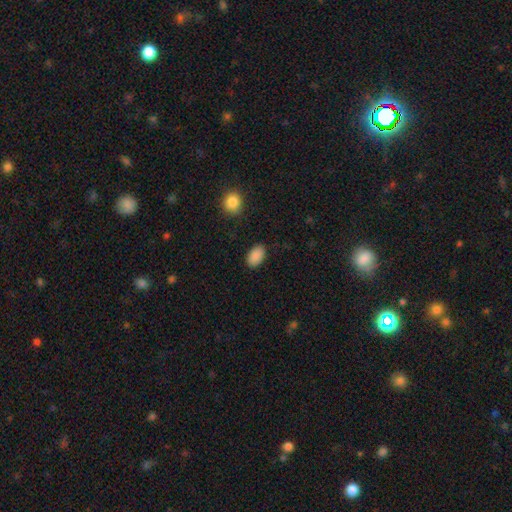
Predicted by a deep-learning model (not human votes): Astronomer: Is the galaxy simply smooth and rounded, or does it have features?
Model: smooth — 90%.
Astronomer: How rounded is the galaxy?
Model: in between — 91%.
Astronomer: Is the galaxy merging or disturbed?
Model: none — 87%.